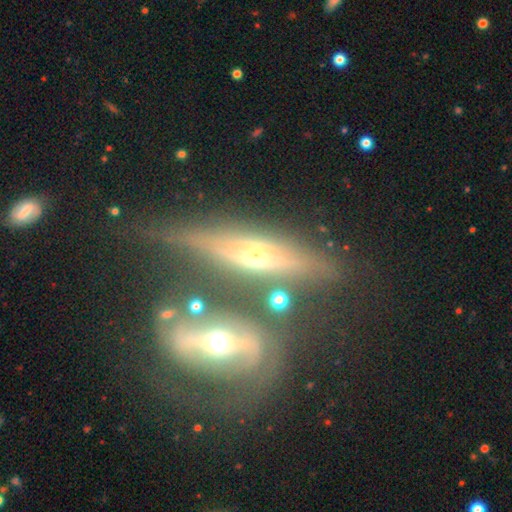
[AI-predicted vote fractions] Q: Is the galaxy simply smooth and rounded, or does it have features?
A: featured or disk — 78%.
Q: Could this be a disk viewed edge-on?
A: yes — 85%.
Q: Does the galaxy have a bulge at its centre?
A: rounded — 89%.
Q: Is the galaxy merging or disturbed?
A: none — 47%.